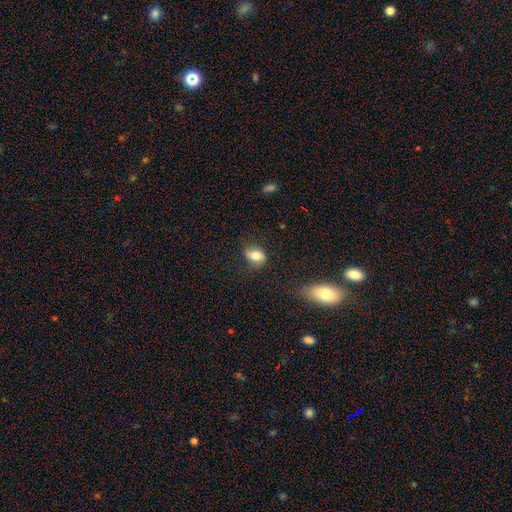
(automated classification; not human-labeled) Smooth or featured?
  - smooth: 76% *
  - featured or disk: 15%
  - star or artifact: 9%
How rounded?
  - in between: 76% *
  - round: 21%
  - cigar-shaped: 2%
Merging?
  - none: 67% *
  - minor disturbance: 23%
  - major disturbance: 8%
  - merger: 3%